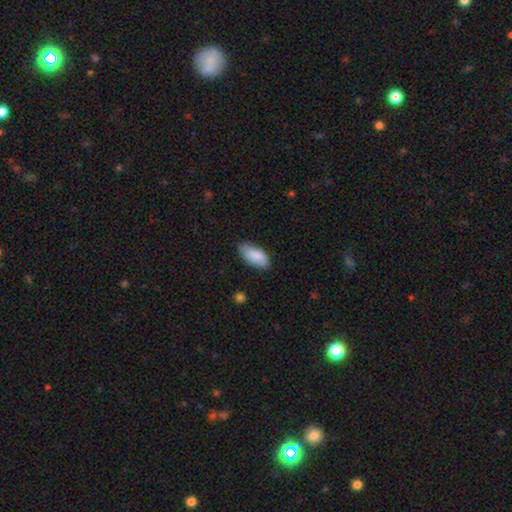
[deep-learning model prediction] Smooth or featured? smooth (87%)
How rounded? in between (91%)
Merging? none (77%)